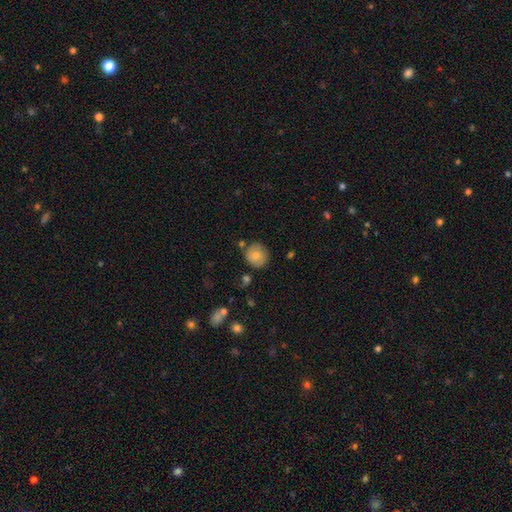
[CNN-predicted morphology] A smooth galaxy with no disk features (75%) that is round (85%).

Vote fractions:
- Smooth or featured? smooth: 75% / featured or disk: 17% / star or artifact: 8%
- How rounded? round: 85% / in between: 14% / cigar-shaped: 1%
- Merging? none: 75% / minor disturbance: 16% / merger: 5% / major disturbance: 4%